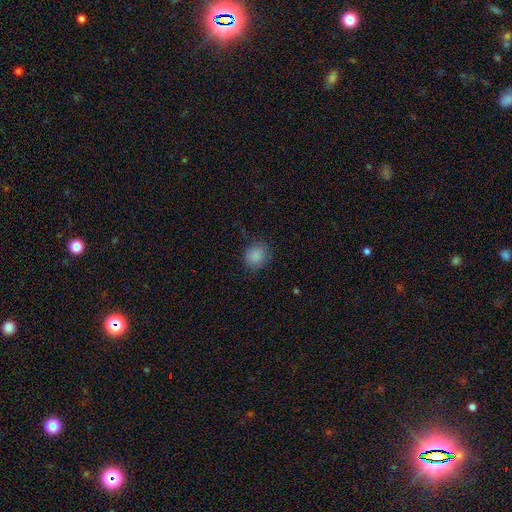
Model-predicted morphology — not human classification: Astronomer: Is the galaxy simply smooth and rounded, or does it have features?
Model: smooth — 86%.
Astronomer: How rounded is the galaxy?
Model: round — 78%.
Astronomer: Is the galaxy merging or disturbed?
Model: none — 76%.